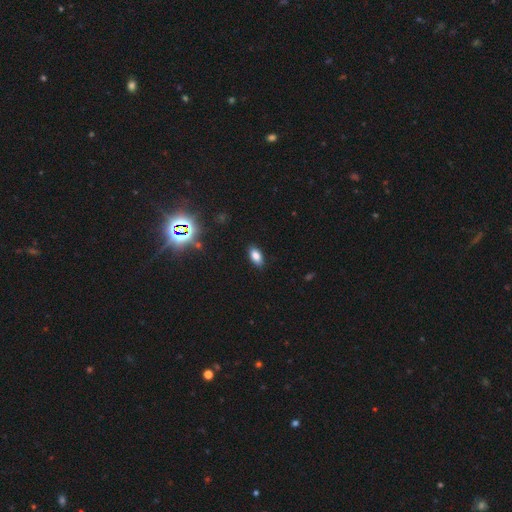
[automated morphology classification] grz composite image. It shows a smooth galaxy with no disk features (80%) that is in between round and cigar-shaped (90%). Merging: none (87%).